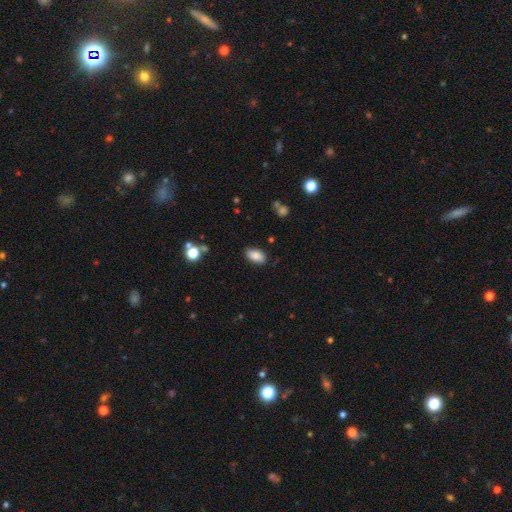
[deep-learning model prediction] Smooth or featured: smooth — 86% (star or artifact — 8%)
How rounded: in between — 93% (round — 4%)
Merging: none — 86% (minor disturbance — 10%)